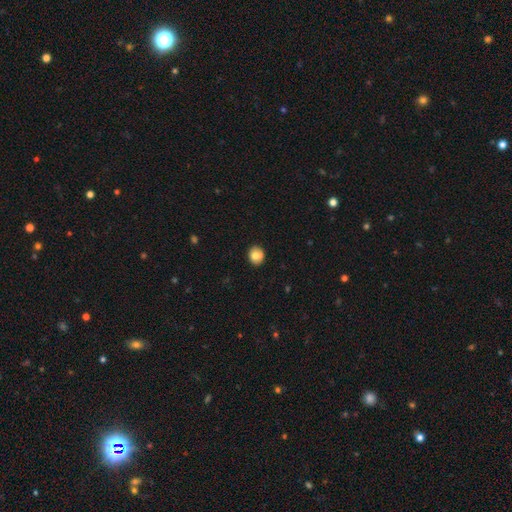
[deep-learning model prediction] Smooth or featured?
  - smooth: 79% *
  - featured or disk: 12%
  - star or artifact: 9%
How rounded?
  - round: 82% *
  - in between: 18%
  - cigar-shaped: 1%
Merging?
  - none: 87% *
  - minor disturbance: 10%
  - major disturbance: 2%
  - merger: 1%